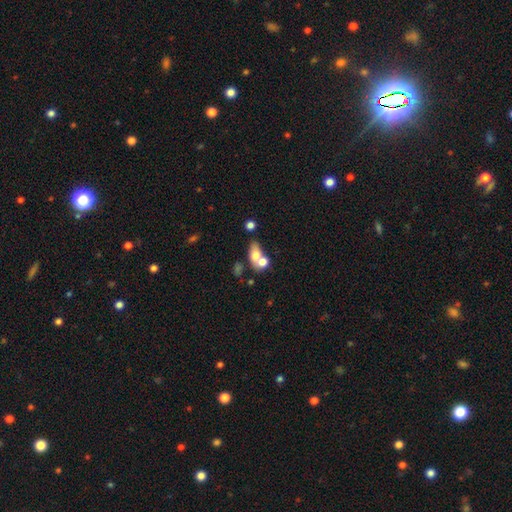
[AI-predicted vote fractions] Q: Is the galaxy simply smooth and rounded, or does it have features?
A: smooth — 67%.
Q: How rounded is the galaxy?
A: in between — 70%.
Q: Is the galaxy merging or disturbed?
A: merger — 55%.